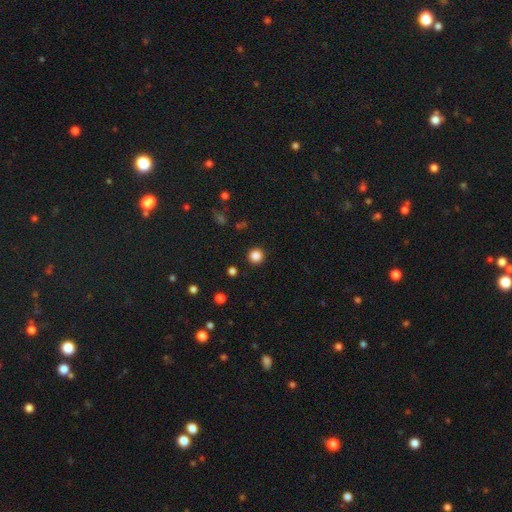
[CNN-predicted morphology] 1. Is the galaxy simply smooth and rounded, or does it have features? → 85% smooth, 12% star or artifact, 3% featured or disk.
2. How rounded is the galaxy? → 95% round, 4% in between, 1% cigar-shaped.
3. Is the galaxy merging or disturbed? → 92% none, 5% minor disturbance, 2% major disturbance, 1% merger.